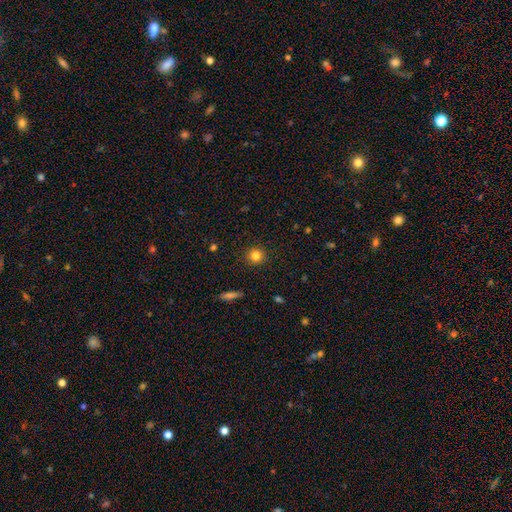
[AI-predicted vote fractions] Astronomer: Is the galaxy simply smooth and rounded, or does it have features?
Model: smooth — 82%.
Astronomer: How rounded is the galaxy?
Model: round — 93%.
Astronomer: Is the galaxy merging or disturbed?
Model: none — 91%.